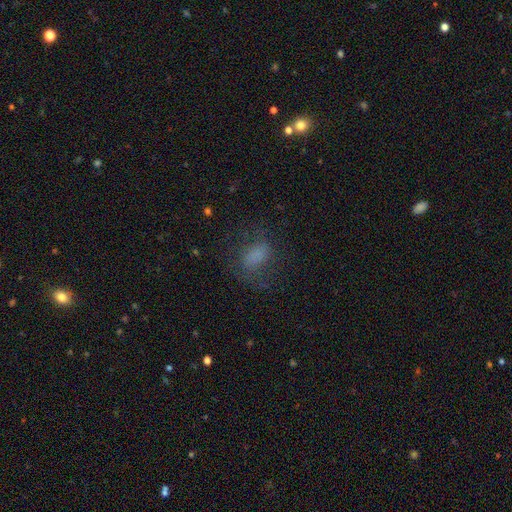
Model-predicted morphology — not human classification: Smooth or featured?
  - smooth: 58% *
  - featured or disk: 26%
  - star or artifact: 16%
How rounded?
  - in between: 77% *
  - round: 20%
  - cigar-shaped: 3%
Merging?
  - none: 56% *
  - major disturbance: 23%
  - minor disturbance: 19%
  - merger: 2%